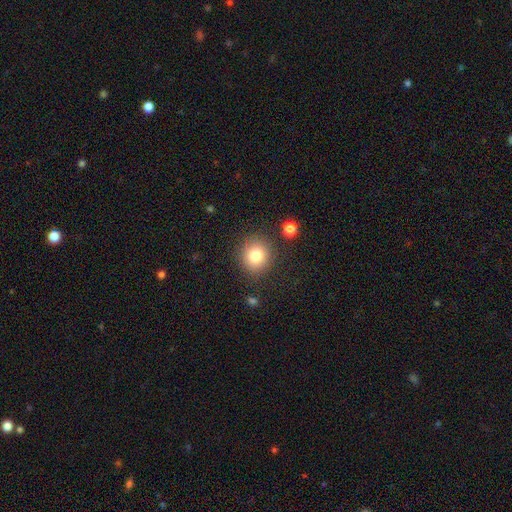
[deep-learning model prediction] A smooth galaxy with no disk features (81%) that is round (85%).

Vote fractions:
- Smooth or featured? smooth: 81% / star or artifact: 11% / featured or disk: 8%
- How rounded? round: 85% / in between: 14% / cigar-shaped: 1%
- Merging? none: 86% / minor disturbance: 8% / major disturbance: 3% / merger: 3%